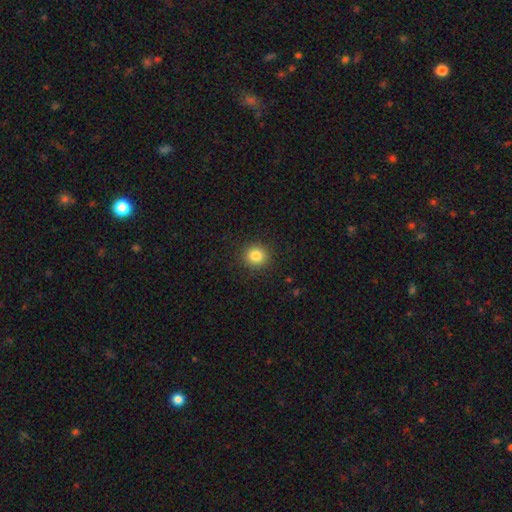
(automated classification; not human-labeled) Smooth or featured? Predicted: smooth (p=0.84). How rounded? Predicted: round (p=0.91). Merging? Predicted: none (p=0.91).